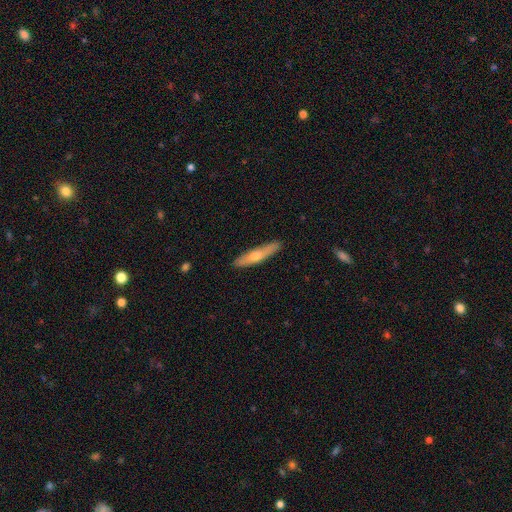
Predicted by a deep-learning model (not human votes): Q: Smooth or featured?
A: smooth (50%); runner-up: featured or disk (44%)
Q: How rounded?
A: cigar-shaped (87%); runner-up: in between (12%)
Q: Merging?
A: none (87%); runner-up: minor disturbance (10%)